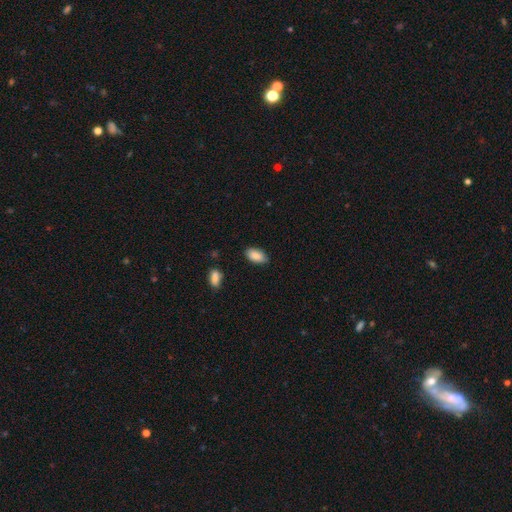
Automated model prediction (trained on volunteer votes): smooth_or_featured: smooth (p=0.87) [alt: star or artifact p=0.07]
how_rounded: in between (p=0.94) [alt: round p=0.04]
merging: none (p=0.81) [alt: minor disturbance p=0.15]